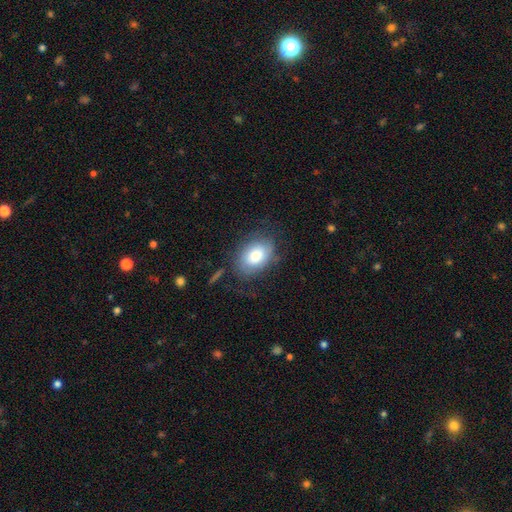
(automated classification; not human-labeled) This appears to be a smooth galaxy with no disk features (74%) that is in between round and cigar-shaped (78%). Merging: none (69%).